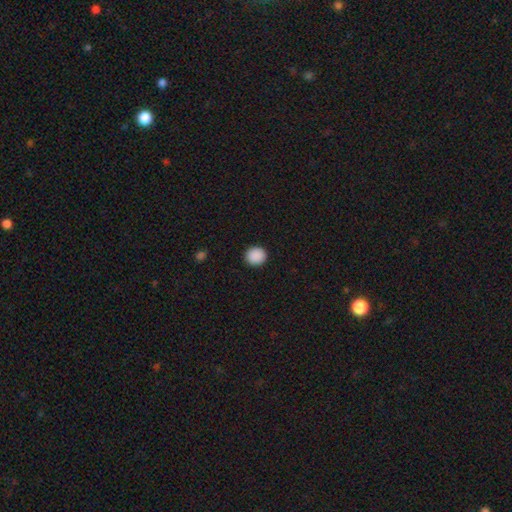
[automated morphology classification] A smooth galaxy with no disk features (90%) that is round (91%).

Vote fractions:
- Smooth or featured? smooth: 90% / star or artifact: 8% / featured or disk: 2%
- How rounded? round: 91% / in between: 8% / cigar-shaped: 1%
- Merging? none: 93% / minor disturbance: 5% / major disturbance: 2% / merger: 1%